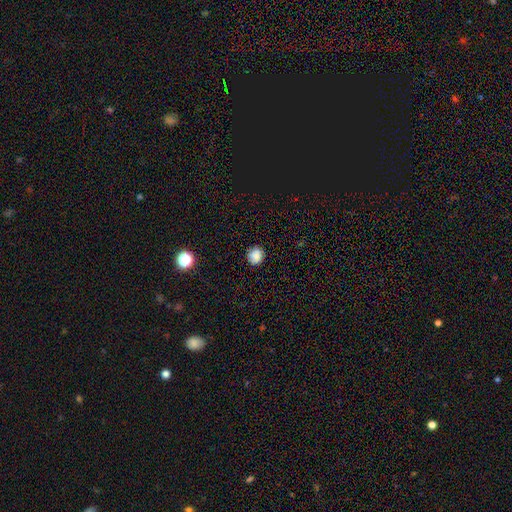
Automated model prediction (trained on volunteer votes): The model was most divided on "smooth or featured": smooth: 81%, star or artifact: 12%, featured or disk: 6%. More confident: merging — none (86%); how rounded — round (86%).